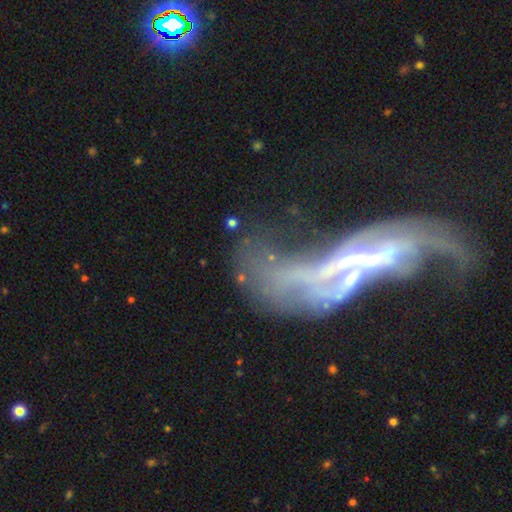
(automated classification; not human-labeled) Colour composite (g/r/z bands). It shows a featured or disk galaxy (75%) with no bar (45%), spiral arms (57%) and a small central bulge (51%). Merging: major disturbance (42%).